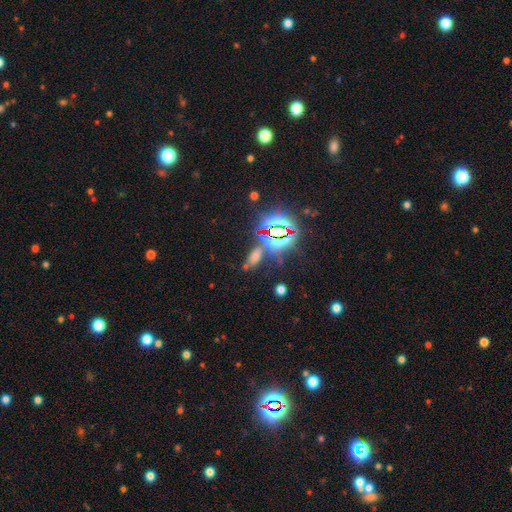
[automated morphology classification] star or artifact 46%, smooth 43%, featured or disk 11%.